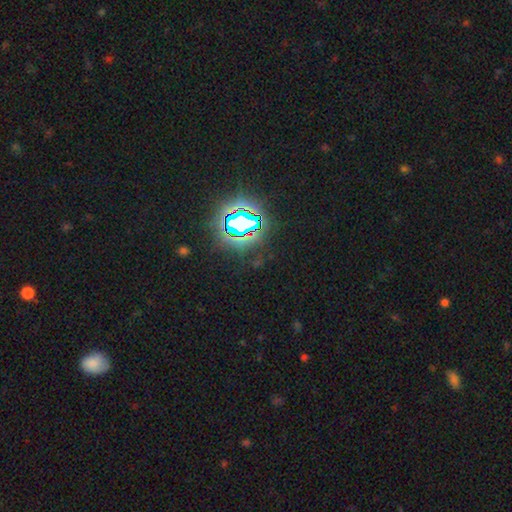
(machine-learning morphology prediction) Smooth or featured: star or artifact — 83% (smooth — 11%)